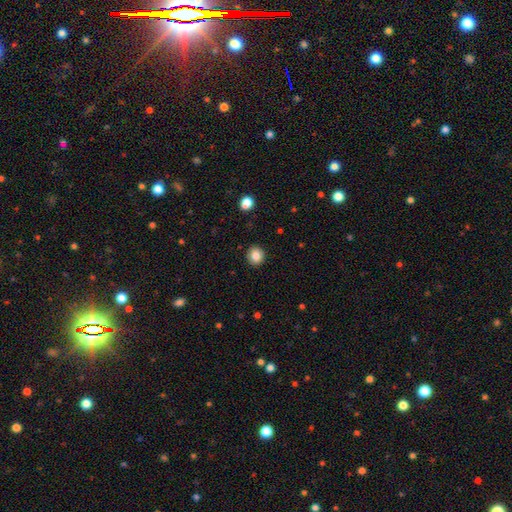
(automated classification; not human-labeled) Smooth or featured? smooth (85%)
How rounded? round (87%)
Merging? none (91%)